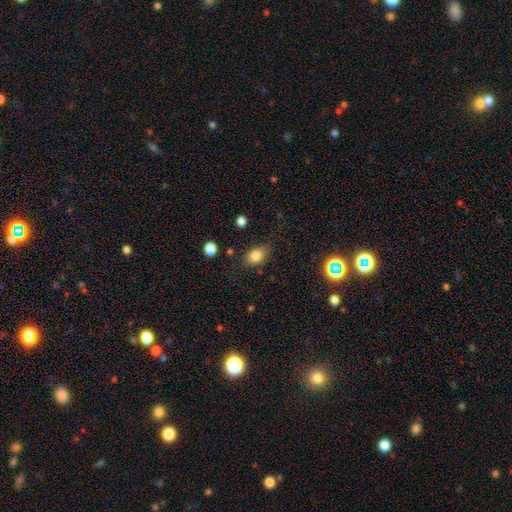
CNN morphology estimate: smooth 82%, star or artifact 11%, featured or disk 7%. Down the decision tree: how rounded — in between (72%); merging — none (76%).